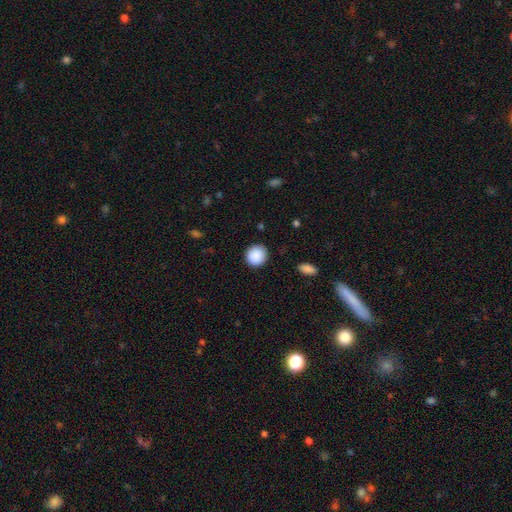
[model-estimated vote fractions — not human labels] This appears to be a smooth galaxy with no disk features (90%) that is round (90%). Merging: none (91%).